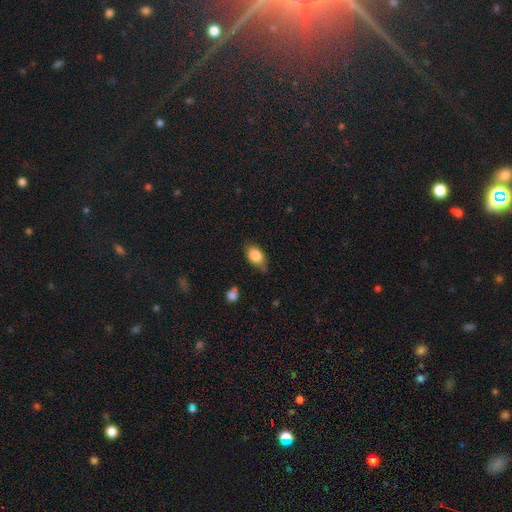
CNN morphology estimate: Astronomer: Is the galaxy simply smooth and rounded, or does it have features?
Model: smooth — 81%.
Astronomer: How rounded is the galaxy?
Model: in between — 87%.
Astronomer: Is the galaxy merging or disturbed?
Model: none — 69%.